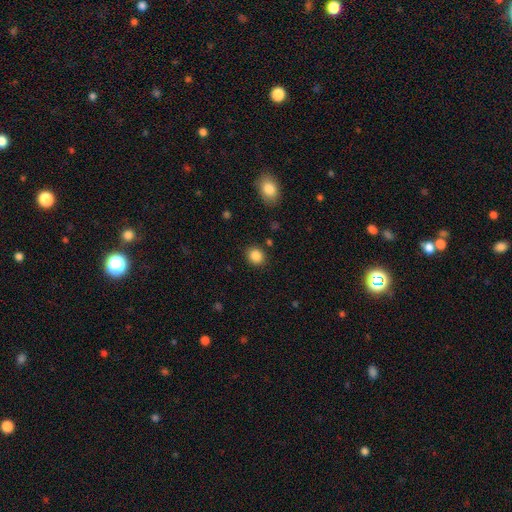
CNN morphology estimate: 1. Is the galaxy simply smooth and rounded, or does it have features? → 86% smooth, 10% star or artifact, 4% featured or disk.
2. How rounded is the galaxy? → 79% round, 21% in between, 1% cigar-shaped.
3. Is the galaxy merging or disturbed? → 88% none, 8% minor disturbance, 3% major disturbance, 2% merger.